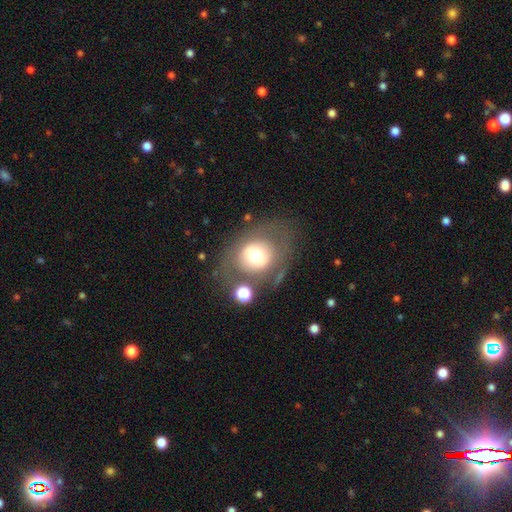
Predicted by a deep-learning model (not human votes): Smooth or featured: smooth — 55% (featured or disk — 34%)
How rounded: round — 56% (in between — 43%)
Merging: none — 64% (minor disturbance — 15%)